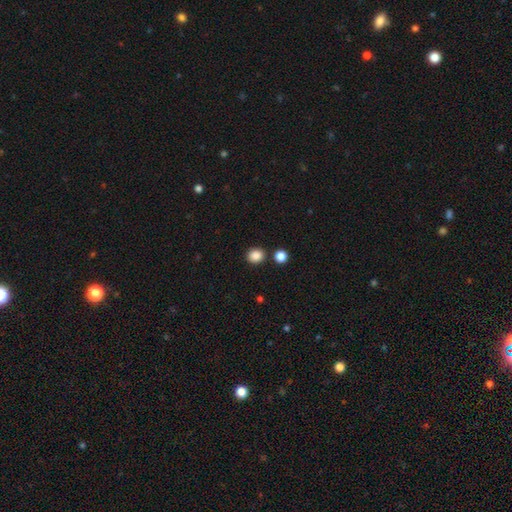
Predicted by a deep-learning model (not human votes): smooth_or_featured: smooth (p=0.87) [alt: star or artifact p=0.10]
how_rounded: round (p=0.76) [alt: in between p=0.23]
merging: none (p=0.84) [alt: minor disturbance p=0.07]